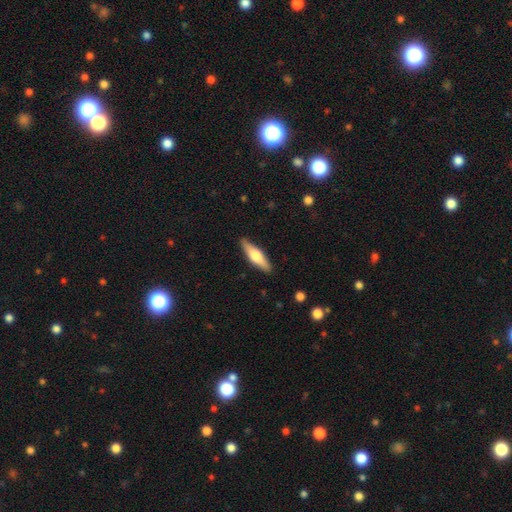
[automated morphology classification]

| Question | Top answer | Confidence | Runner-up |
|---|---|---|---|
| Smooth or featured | smooth | 50% | featured or disk (45%) |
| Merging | none | 88% | minor disturbance (9%) |